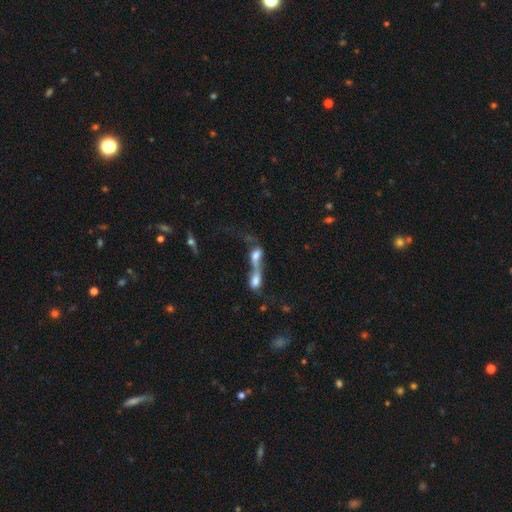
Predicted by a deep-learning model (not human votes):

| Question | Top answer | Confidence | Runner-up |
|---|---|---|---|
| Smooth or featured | smooth | 53% | featured or disk (35%) |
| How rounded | in between | 63% | round (20%) |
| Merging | merger | 82% | major disturbance (7%) |